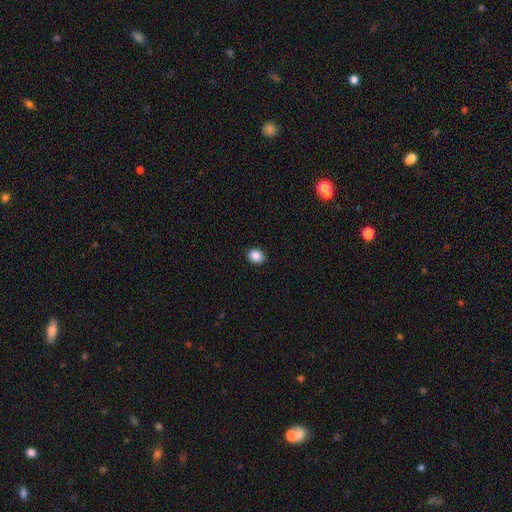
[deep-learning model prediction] Smooth or featured: smooth — 88% (star or artifact — 9%)
How rounded: round — 50% (in between — 49%)
Merging: none — 90% (minor disturbance — 7%)